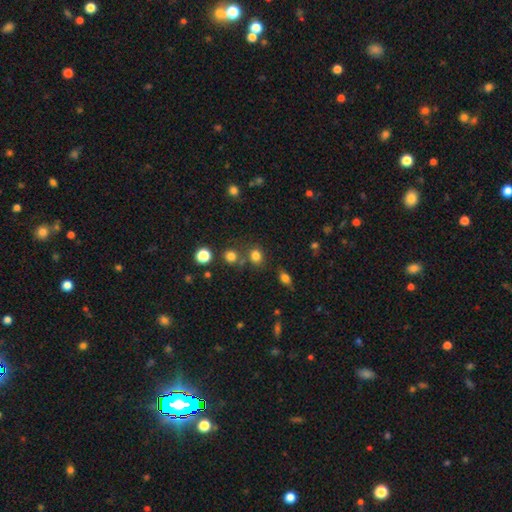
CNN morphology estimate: Smooth or featured? smooth (78%)
How rounded? round (72%)
Merging? none (70%)